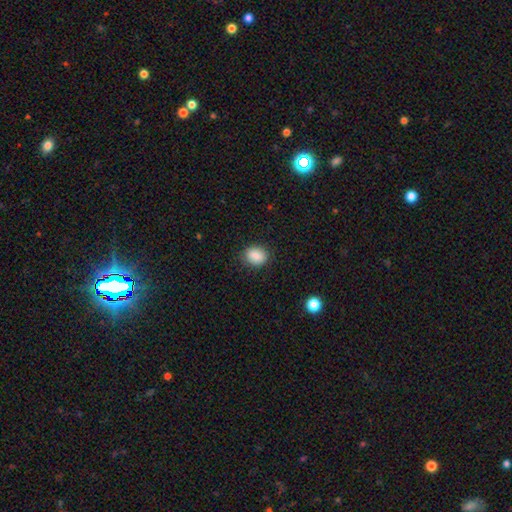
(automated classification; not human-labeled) Q: Smooth or featured?
A: smooth (87%); runner-up: star or artifact (8%)
Q: How rounded?
A: round (54%); runner-up: in between (45%)
Q: Merging?
A: none (86%); runner-up: minor disturbance (10%)